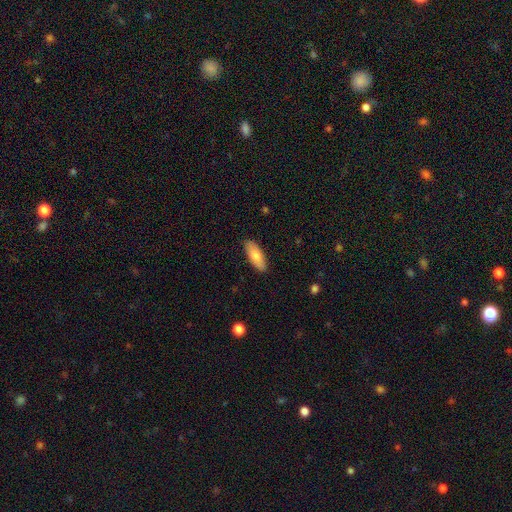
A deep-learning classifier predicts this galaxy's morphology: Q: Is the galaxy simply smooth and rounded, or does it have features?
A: smooth — 76%.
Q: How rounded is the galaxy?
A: in between — 75%.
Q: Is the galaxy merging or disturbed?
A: none — 88%.